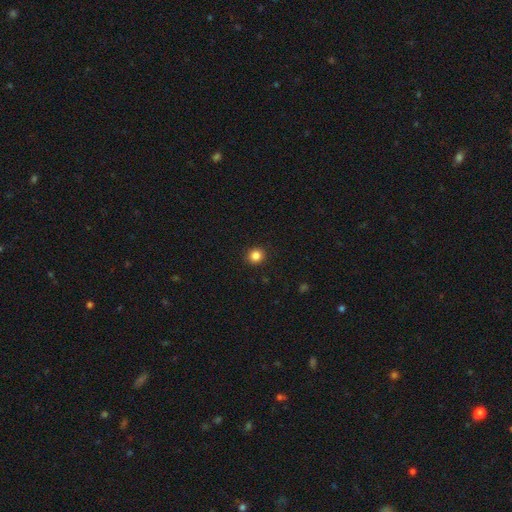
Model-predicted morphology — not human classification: Smooth or featured? Predicted: smooth (p=0.85). How rounded? Predicted: round (p=0.91). Merging? Predicted: none (p=0.91).